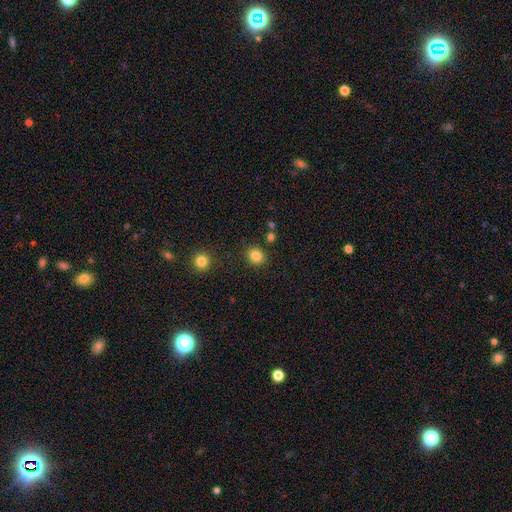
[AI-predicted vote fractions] Overall: smooth (84%). How rounded: round (74%). Merging: none (85%).